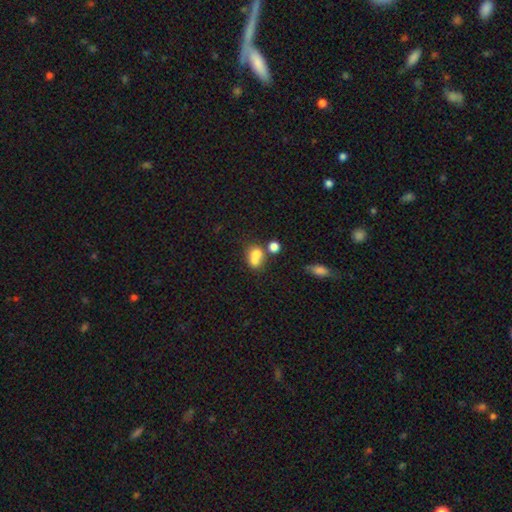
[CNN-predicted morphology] Smooth or featured?
  - smooth: 71% *
  - featured or disk: 17%
  - star or artifact: 12%
How rounded?
  - round: 55% *
  - in between: 44%
  - cigar-shaped: 1%
Merging?
  - merger: 58% *
  - none: 28%
  - minor disturbance: 8%
  - major disturbance: 5%